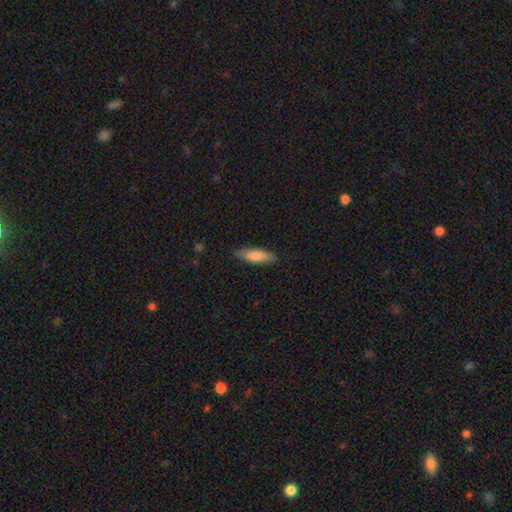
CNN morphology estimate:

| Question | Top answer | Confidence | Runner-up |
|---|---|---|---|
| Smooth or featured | smooth | 79% | featured or disk (16%) |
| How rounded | cigar-shaped | 52% | in between (47%) |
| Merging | none | 84% | minor disturbance (12%) |